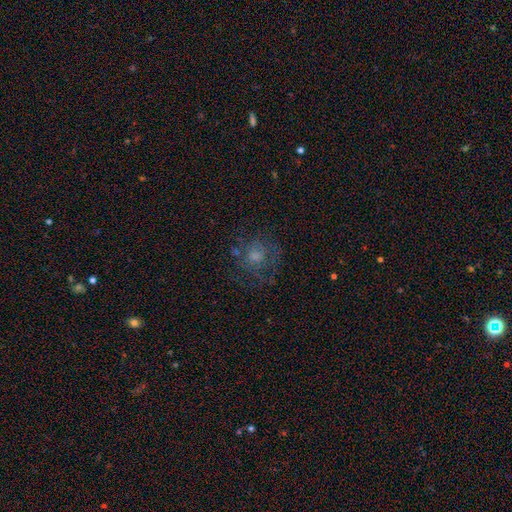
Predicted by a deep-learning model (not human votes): Q: Smooth or featured?
A: smooth (45%); runner-up: featured or disk (39%)
Q: Merging?
A: none (58%); runner-up: major disturbance (21%)